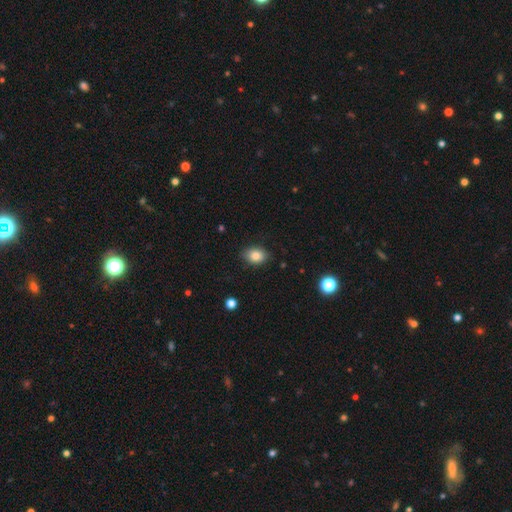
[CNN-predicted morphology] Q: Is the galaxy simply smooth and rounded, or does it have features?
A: smooth — 85%.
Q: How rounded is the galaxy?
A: in between — 72%.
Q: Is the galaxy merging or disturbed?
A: none — 84%.